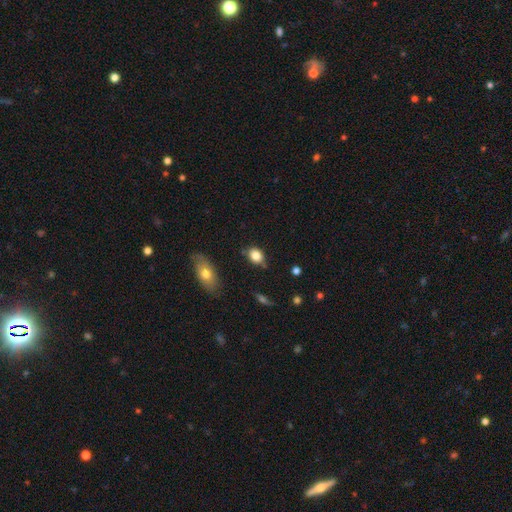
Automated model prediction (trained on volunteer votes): Smooth or featured: smooth — 83% (star or artifact — 9%)
How rounded: in between — 58% (round — 40%)
Merging: none — 72% (minor disturbance — 20%)